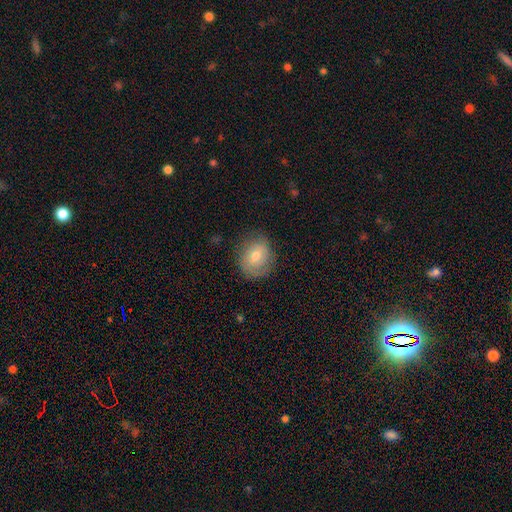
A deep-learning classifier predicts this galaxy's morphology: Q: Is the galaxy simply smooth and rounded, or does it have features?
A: smooth — 68%.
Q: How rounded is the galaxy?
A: round — 68%.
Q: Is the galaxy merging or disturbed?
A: none — 77%.